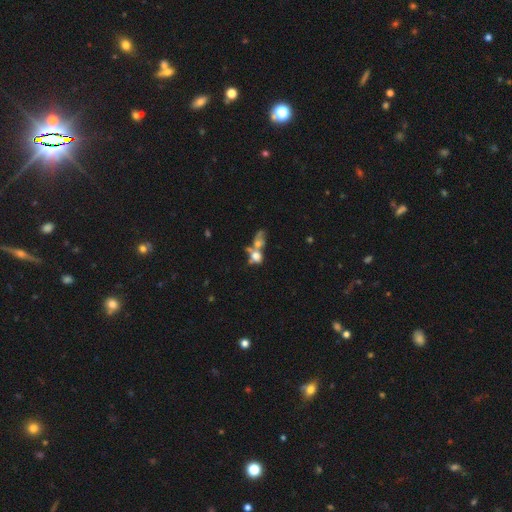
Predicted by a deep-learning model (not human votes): Smooth or featured? smooth (56%)
How rounded? in between (49%)
Merging? merger (63%)